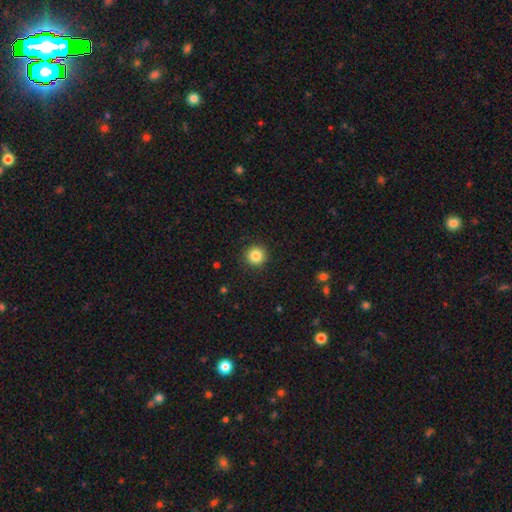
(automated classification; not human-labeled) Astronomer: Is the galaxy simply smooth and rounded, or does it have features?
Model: smooth — 85%.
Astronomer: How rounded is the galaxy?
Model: round — 95%.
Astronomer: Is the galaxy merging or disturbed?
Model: none — 92%.